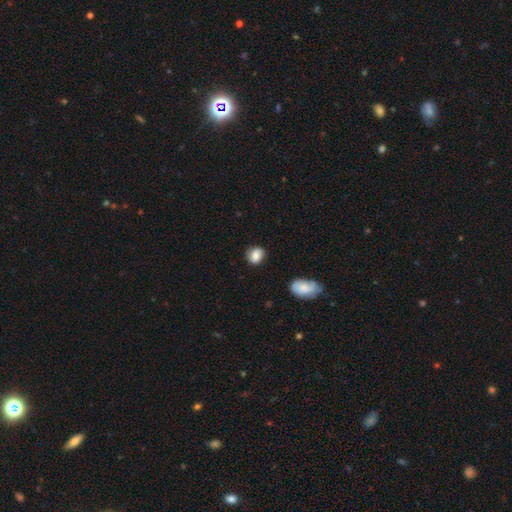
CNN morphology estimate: Smooth or featured?
  - smooth: 84% *
  - featured or disk: 8%
  - star or artifact: 8%
How rounded?
  - round: 56% *
  - in between: 43%
  - cigar-shaped: 1%
Merging?
  - none: 77% *
  - minor disturbance: 17%
  - major disturbance: 4%
  - merger: 2%